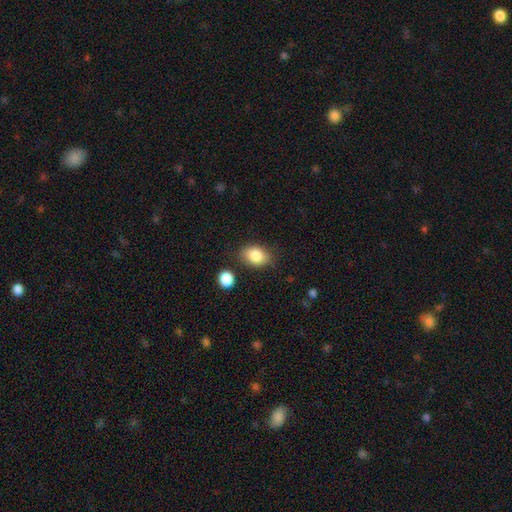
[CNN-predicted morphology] A smooth galaxy with no disk features (84%) that is in between round and cigar-shaped (75%).

Vote fractions:
- Smooth or featured? smooth: 84% / star or artifact: 8% / featured or disk: 8%
- How rounded? in between: 75% / round: 24% / cigar-shaped: 1%
- Merging? none: 75% / minor disturbance: 16% / merger: 4% / major disturbance: 4%